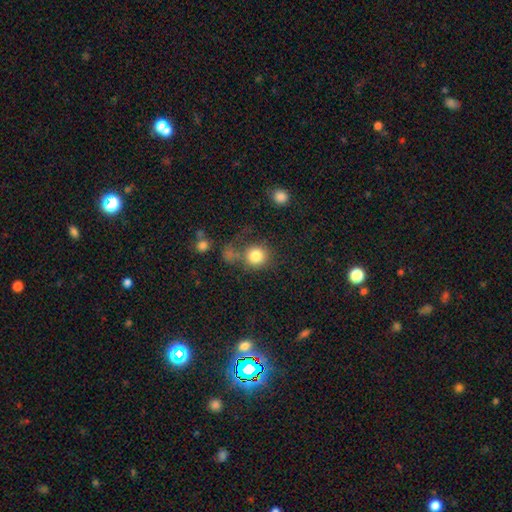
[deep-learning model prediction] A smooth galaxy with no disk features (83%) that is round (89%).

Vote fractions:
- Smooth or featured? smooth: 83% / star or artifact: 10% / featured or disk: 7%
- How rounded? round: 89% / in between: 10% / cigar-shaped: 1%
- Merging? none: 60% / merger: 15% / minor disturbance: 14% / major disturbance: 11%